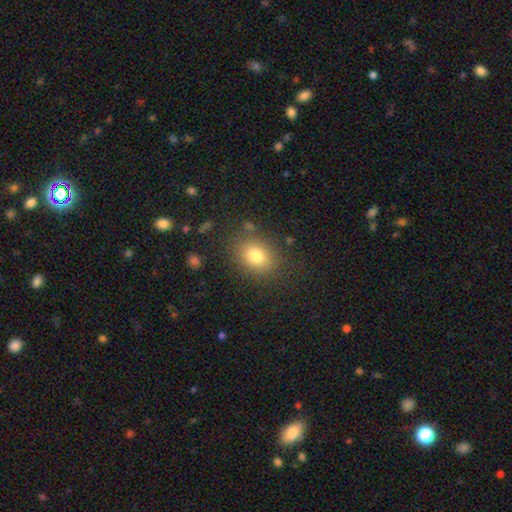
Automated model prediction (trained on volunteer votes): smooth 79%, star or artifact 12%, featured or disk 9%. Down the decision tree: how rounded — in between (53%); merging — none (82%).